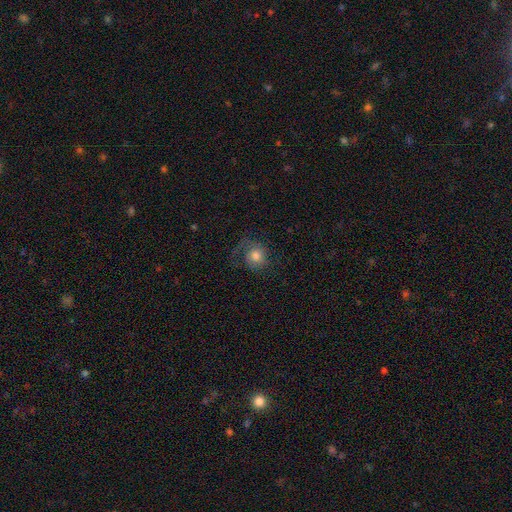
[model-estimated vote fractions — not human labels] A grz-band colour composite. It shows a smooth galaxy with no disk features (62%) that is round (82%). Merging: none (54%).